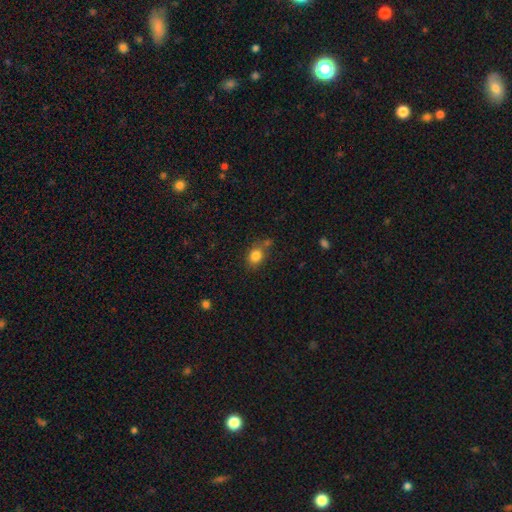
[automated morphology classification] Smooth or featured? Predicted: smooth (p=0.83). How rounded? Predicted: round (p=0.54). Merging? Predicted: none (p=0.65).